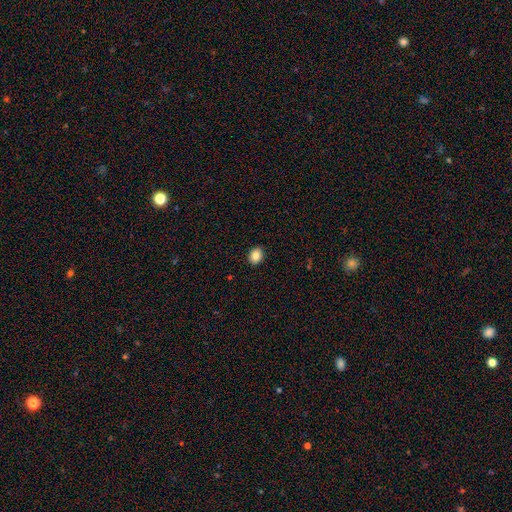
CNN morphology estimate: Smooth or featured?
  - smooth: 85% *
  - star or artifact: 9%
  - featured or disk: 6%
How rounded?
  - in between: 50% *
  - round: 49%
  - cigar-shaped: 1%
Merging?
  - none: 91% *
  - minor disturbance: 6%
  - major disturbance: 2%
  - merger: 1%